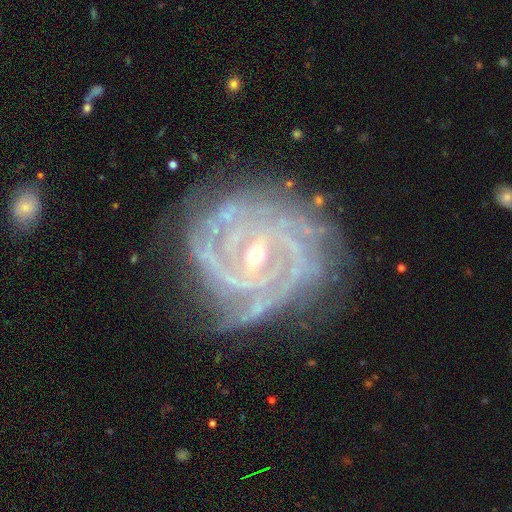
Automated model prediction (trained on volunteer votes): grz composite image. It shows a featured or disk galaxy (91%) with a weak bar (46%), 2 (23%) tight (75%) spiral arms (98%) and a small central bulge (68%). Merging: none (72%).